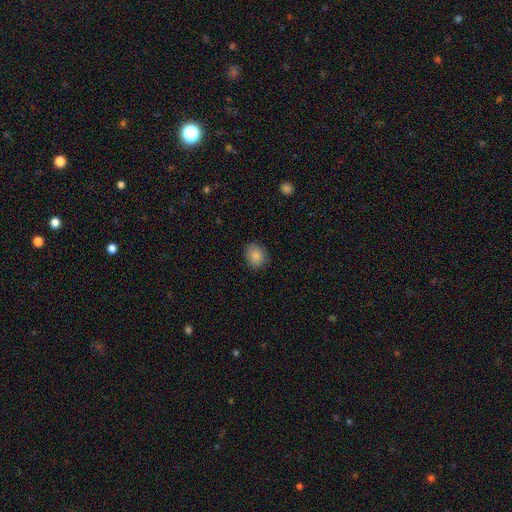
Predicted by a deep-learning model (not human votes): smooth_or_featured: smooth (p=0.86) [alt: star or artifact p=0.09]
how_rounded: round (p=0.57) [alt: in between p=0.42]
merging: none (p=0.85) [alt: minor disturbance p=0.11]